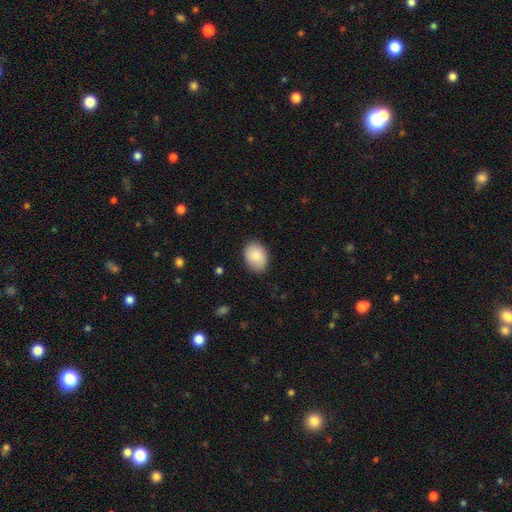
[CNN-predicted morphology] Smooth or featured?
  - smooth: 87% *
  - featured or disk: 7%
  - star or artifact: 6%
How rounded?
  - in between: 74% *
  - round: 25%
  - cigar-shaped: 1%
Merging?
  - none: 84% *
  - minor disturbance: 12%
  - major disturbance: 2%
  - merger: 1%